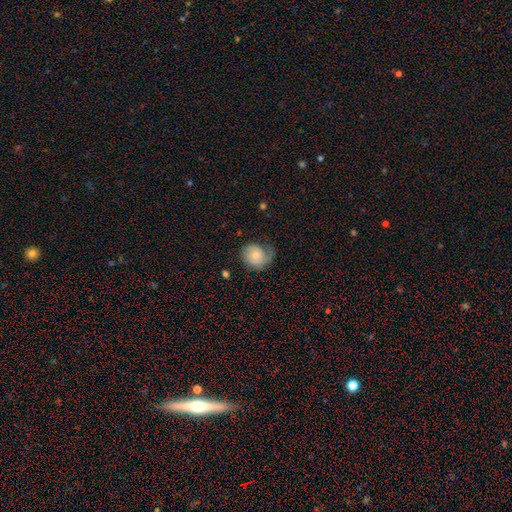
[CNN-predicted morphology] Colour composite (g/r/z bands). It shows a smooth galaxy with no disk features (47%). Merging: none (47%).